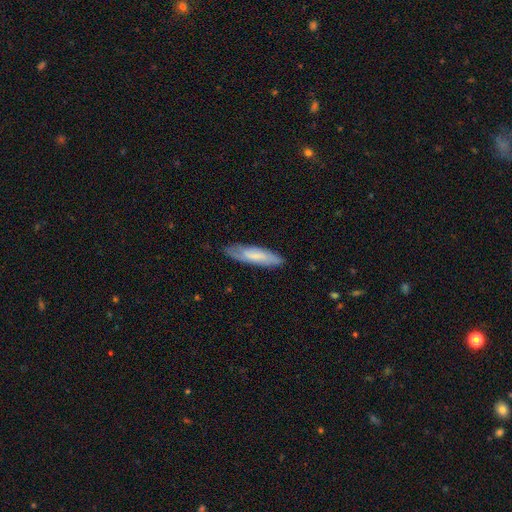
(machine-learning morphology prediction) Smooth or featured? smooth (62%)
How rounded? cigar-shaped (68%)
Merging? none (78%)